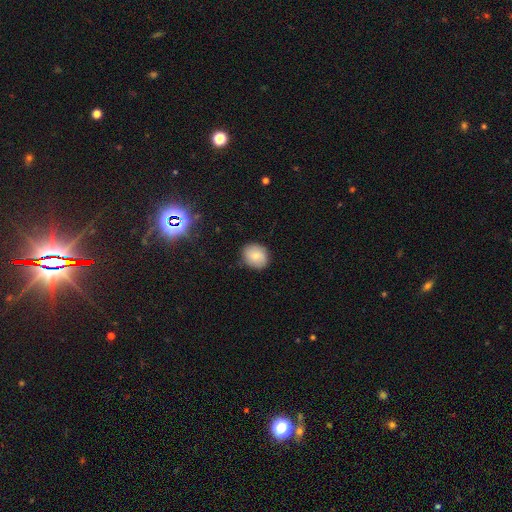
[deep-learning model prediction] Smooth or featured: smooth — 76% (featured or disk — 15%)
How rounded: round — 68% (in between — 31%)
Merging: none — 83% (minor disturbance — 14%)